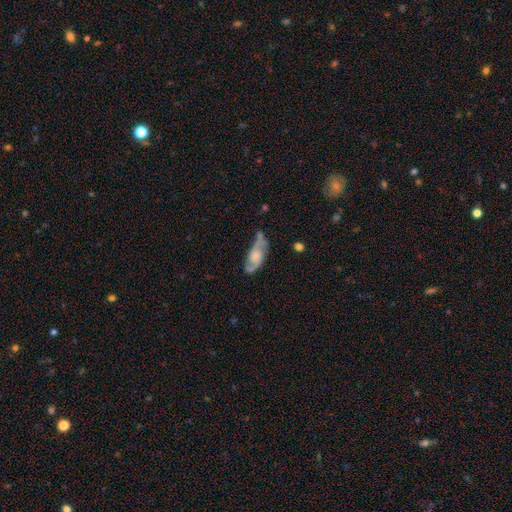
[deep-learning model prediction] Smooth or featured?
  - featured or disk: 71% *
  - smooth: 23%
  - star or artifact: 6%
Edge-on disk?
  - no: 89% *
  - yes: 11%
Bar?
  - no: 62% *
  - weak: 31%
  - strong: 6%
Spiral arms?
  - yes: 90% *
  - no: 10%
Spiral winding?
  - medium: 47% *
  - loose: 33%
  - tight: 20%
Spiral arm count?
  - 2: 86% *
  - can't tell: 7%
  - 1: 3%
  - 3: 2%
  - 4: 1%
  - more than 4: 1%
Bulge size?
  - moderate: 29% *
  - none: 24%
  - large: 22%
  - small: 22%
  - dominant: 3%
Merging?
  - none: 62% *
  - minor disturbance: 23%
  - major disturbance: 9%
  - merger: 5%